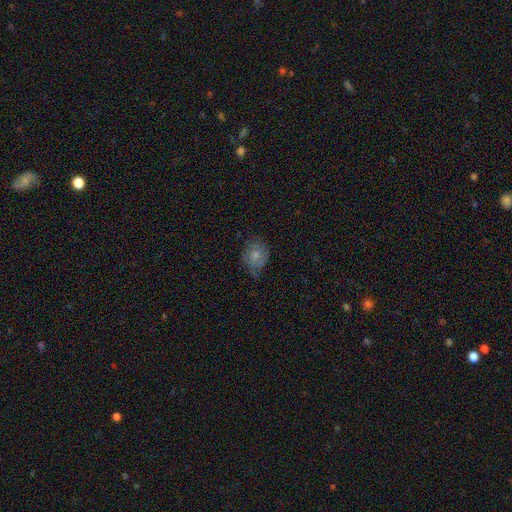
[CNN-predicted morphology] Smooth or featured: smooth — 66% (featured or disk — 24%)
How rounded: round — 52% (in between — 47%)
Merging: none — 53% (minor disturbance — 33%)